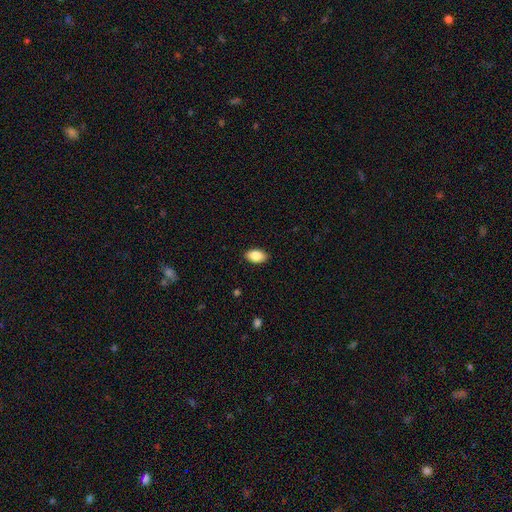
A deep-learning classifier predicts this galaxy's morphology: type=smooth (86%); roundness=in between (93%); merging=none (89%).